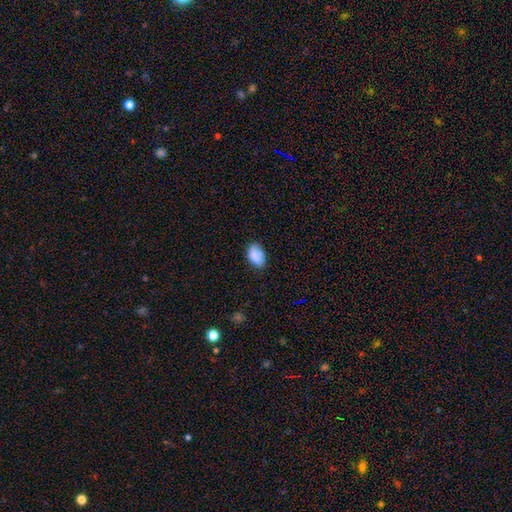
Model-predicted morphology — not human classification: Smooth or featured? Predicted: smooth (p=0.88). How rounded? Predicted: in between (p=0.90). Merging? Predicted: none (p=0.78).